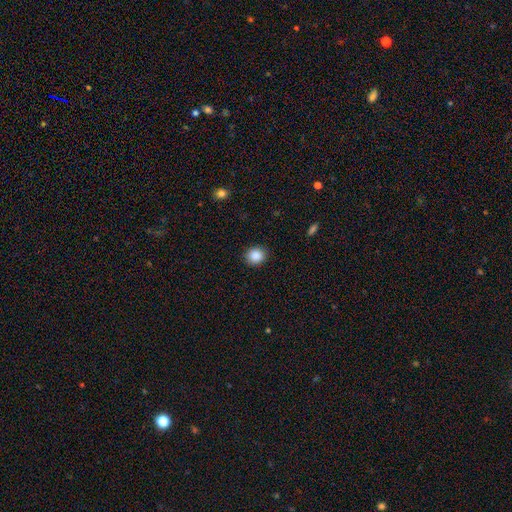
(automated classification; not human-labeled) A smooth galaxy with no disk features (88%) that is round (80%). Merging: none (90%).